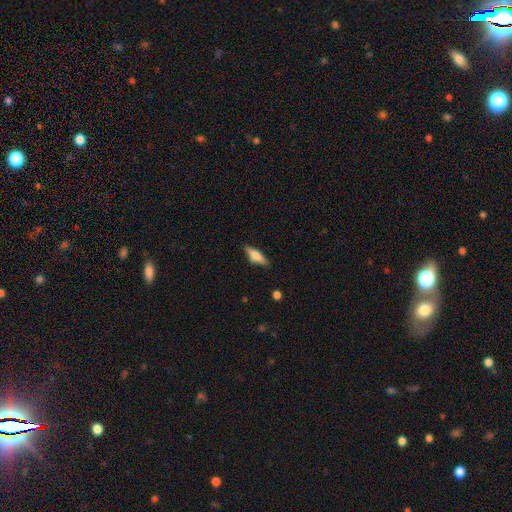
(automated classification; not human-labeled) Smooth or featured?
  - smooth: 63% *
  - featured or disk: 30%
  - star or artifact: 7%
How rounded?
  - cigar-shaped: 49% *
  - in between: 48%
  - round: 3%
Merging?
  - none: 83% *
  - minor disturbance: 13%
  - major disturbance: 3%
  - merger: 1%